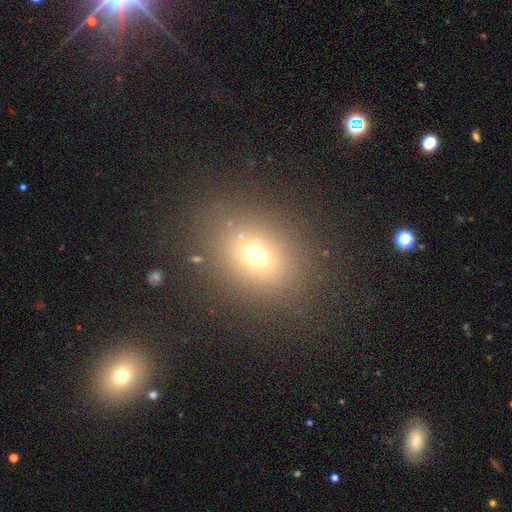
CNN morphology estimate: smooth 67%, star or artifact 21%, featured or disk 13%. Down the decision tree: how rounded — round (54%); merging — none (81%).